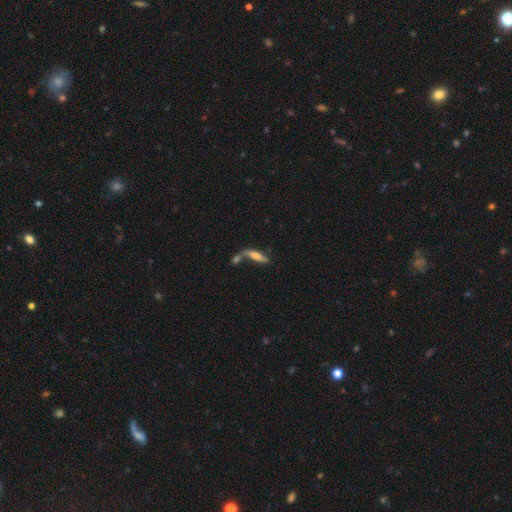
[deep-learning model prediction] smooth 54%, featured or disk 38%, star or artifact 9%. Down the decision tree: how rounded — cigar-shaped (69%); merging — merger (42%).